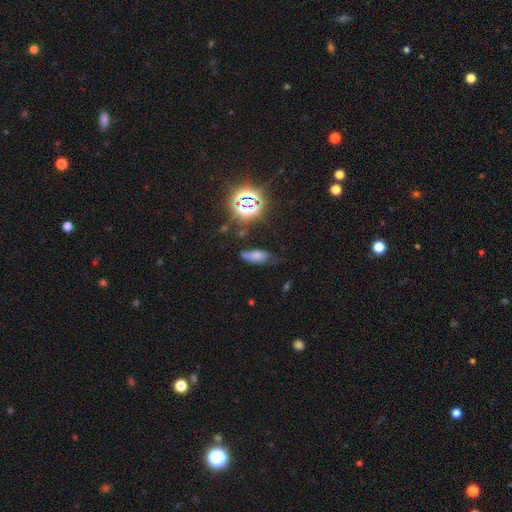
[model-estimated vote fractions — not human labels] Morphology: type=smooth (56%); roundness=in between (76%); merging=none (51%).